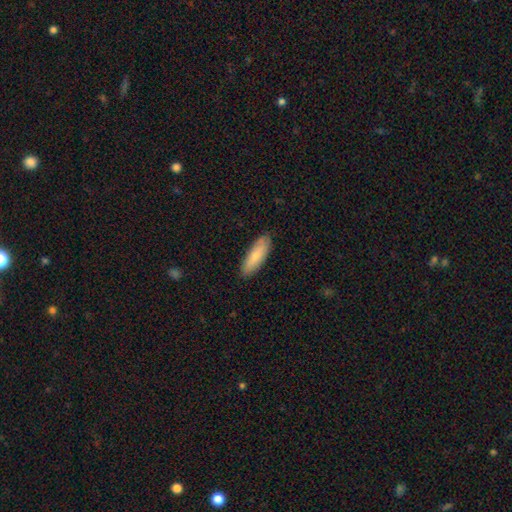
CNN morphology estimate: Smooth or featured? smooth (78%)
How rounded? in between (57%)
Merging? none (87%)